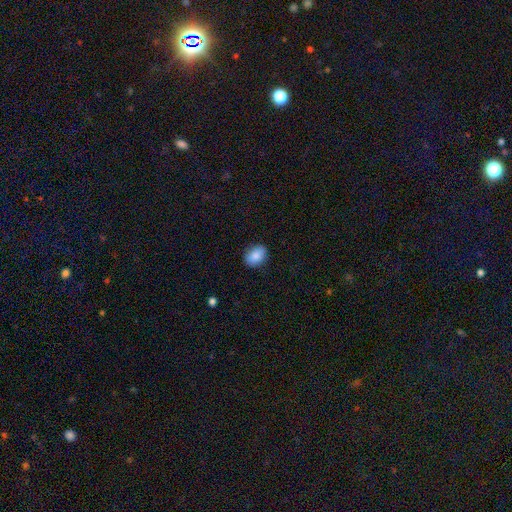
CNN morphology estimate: The model was most divided on "how rounded": in between: 74%, round: 25%, cigar-shaped: 1%. More confident: merging — none (87%); smooth or featured — smooth (87%).